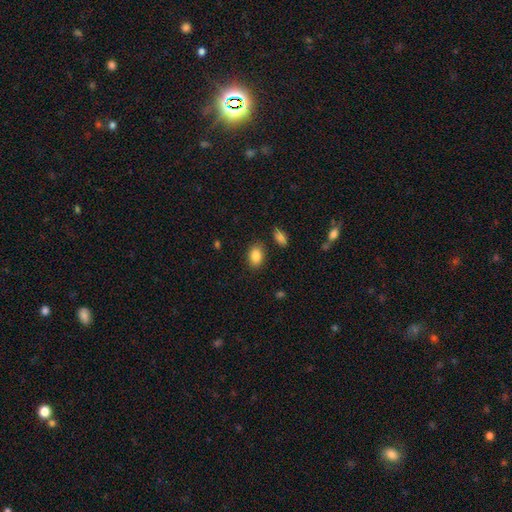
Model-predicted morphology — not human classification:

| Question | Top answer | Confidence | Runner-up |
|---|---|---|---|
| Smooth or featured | smooth | 86% | star or artifact (8%) |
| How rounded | in between | 82% | round (17%) |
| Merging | none | 84% | minor disturbance (10%) |